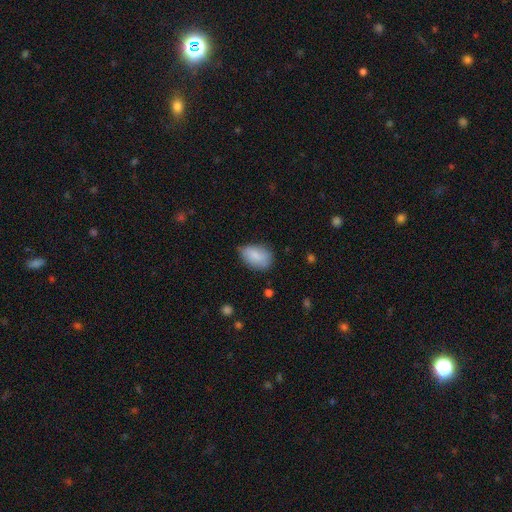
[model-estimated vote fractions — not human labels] This is clearly a smooth galaxy (84%). How rounded: clearly in between (88%). Merging: likely none (61%).